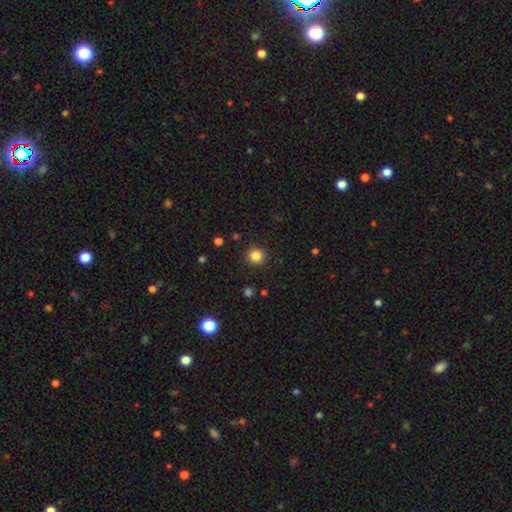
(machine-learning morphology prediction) The model was most divided on "smooth or featured": smooth: 84%, star or artifact: 12%, featured or disk: 4%. More confident: how rounded — round (94%); merging — none (91%).